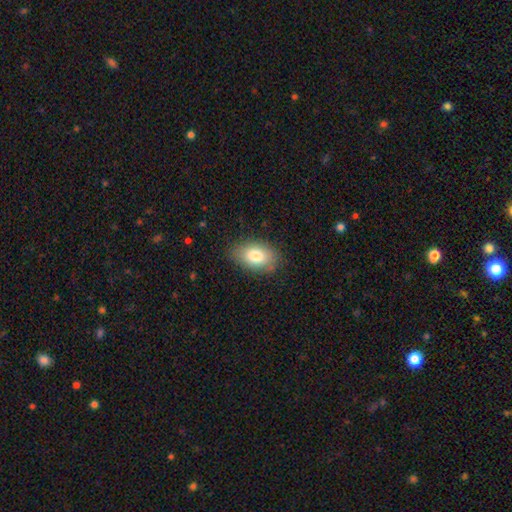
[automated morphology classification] smooth_or_featured: smooth (p=0.80) [alt: featured or disk p=0.12]
how_rounded: in between (p=0.89) [alt: round p=0.09]
merging: none (p=0.82) [alt: minor disturbance p=0.14]